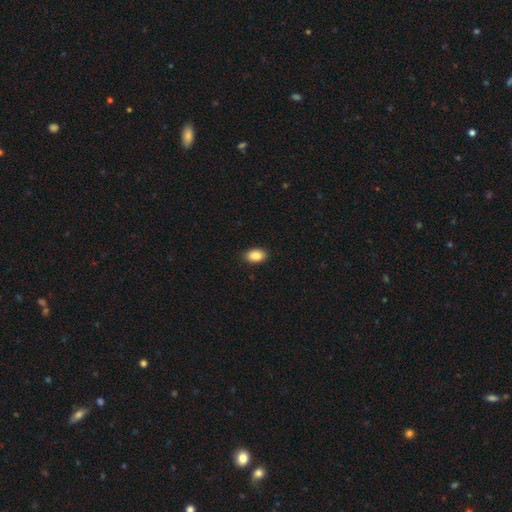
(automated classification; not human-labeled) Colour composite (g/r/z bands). It shows a smooth galaxy with no disk features (88%) that is in between round and cigar-shaped (90%). Merging: none (89%).